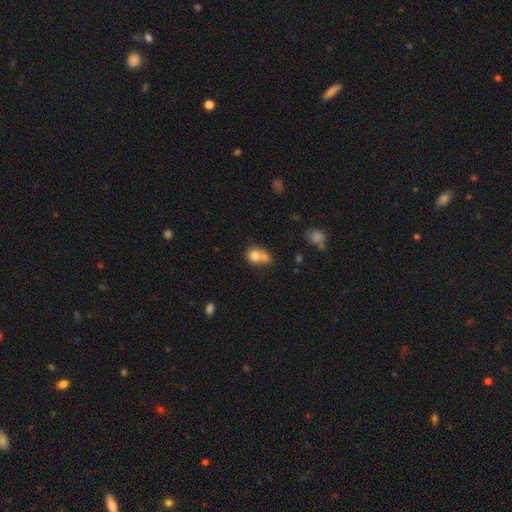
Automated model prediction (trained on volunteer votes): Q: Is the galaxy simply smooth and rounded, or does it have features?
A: smooth — 74%.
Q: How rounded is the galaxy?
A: round — 66%.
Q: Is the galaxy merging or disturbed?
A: merger — 55%.